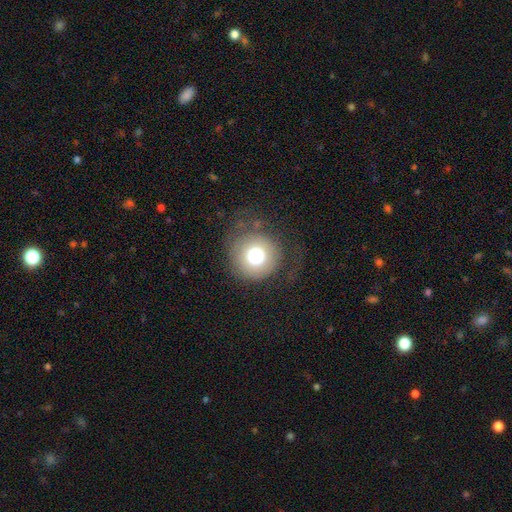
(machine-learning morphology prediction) A smooth galaxy with no disk features (71%) that is round (94%). Merging: none (66%).